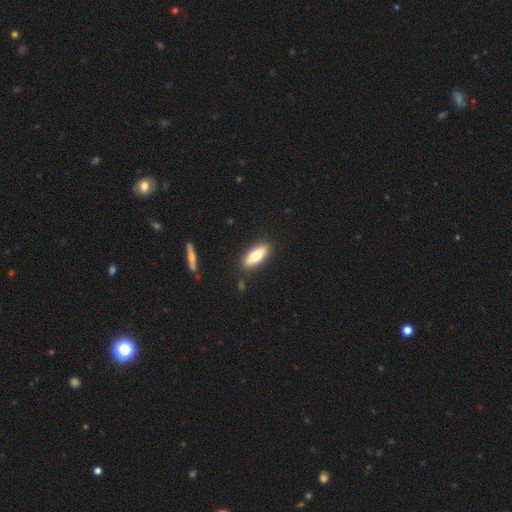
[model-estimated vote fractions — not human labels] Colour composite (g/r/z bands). It shows a smooth galaxy with no disk features (70%) that is in between round and cigar-shaped (69%). Merging: none (86%).